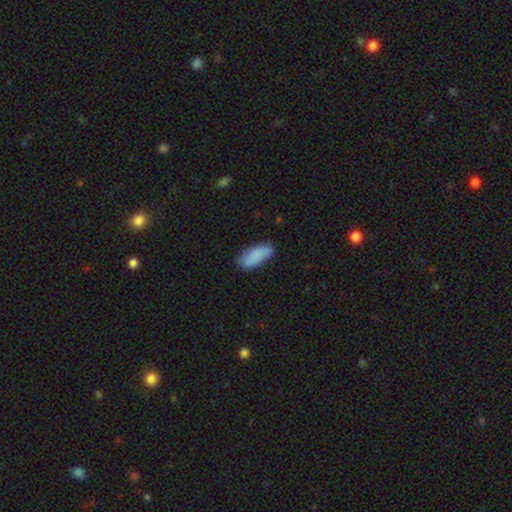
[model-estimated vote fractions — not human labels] smooth_or_featured: smooth (p=0.85) [alt: featured or disk p=0.08]
how_rounded: in between (p=0.80) [alt: cigar-shaped p=0.18]
merging: none (p=0.74) [alt: minor disturbance p=0.20]